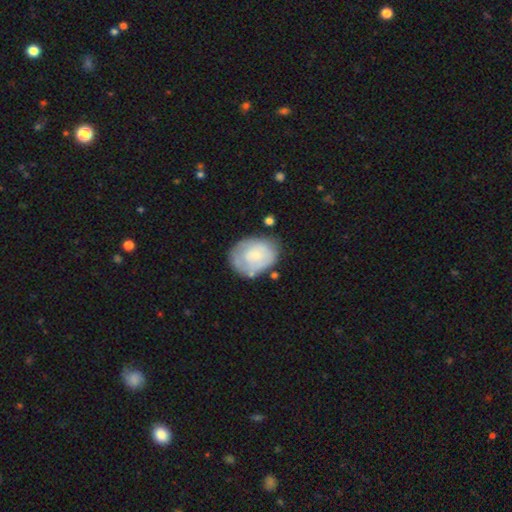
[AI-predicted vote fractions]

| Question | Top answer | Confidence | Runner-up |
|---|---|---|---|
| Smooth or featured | smooth | 57% | featured or disk (36%) |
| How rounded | in between | 65% | round (35%) |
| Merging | none | 60% | minor disturbance (25%) |